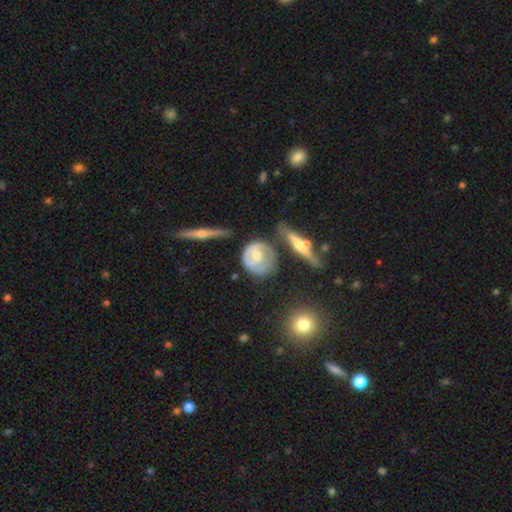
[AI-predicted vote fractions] smooth-or-featured: featured or disk: 50% | smooth: 43% | star or artifact: 7%
  merging: none: 41% | minor disturbance: 28% | major disturbance: 20% | merger: 11%